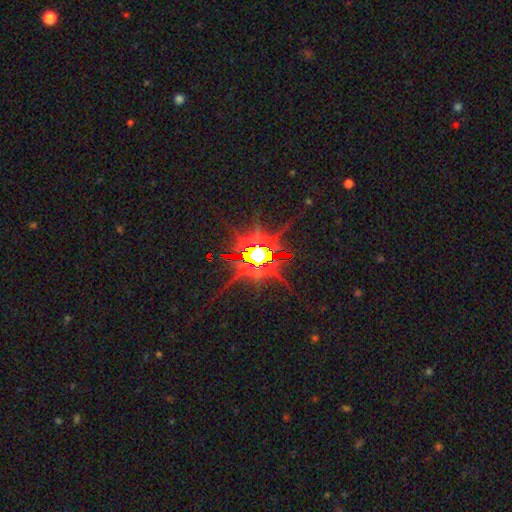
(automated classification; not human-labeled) Smooth or featured? star or artifact (83%)